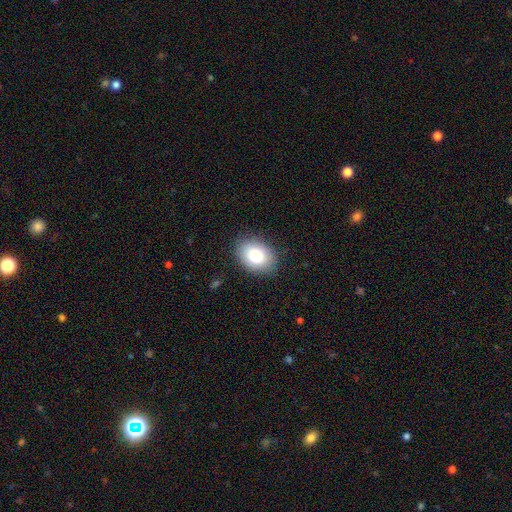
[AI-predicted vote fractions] The model was most divided on "how rounded": in between: 79%, round: 20%, cigar-shaped: 1%. More confident: merging — none (84%); smooth or featured — smooth (83%).